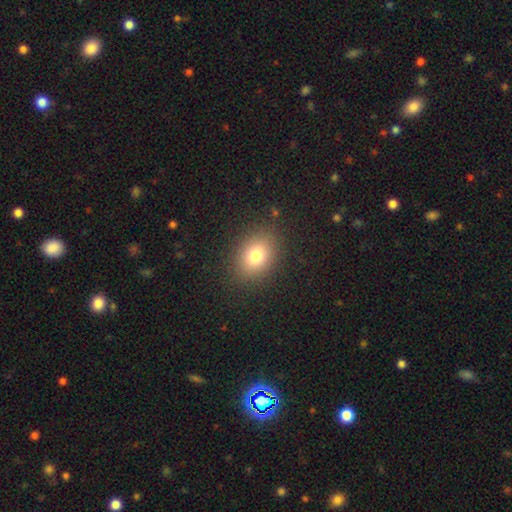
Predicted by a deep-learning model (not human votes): Smooth or featured? smooth (78%)
How rounded? in between (63%)
Merging? none (87%)